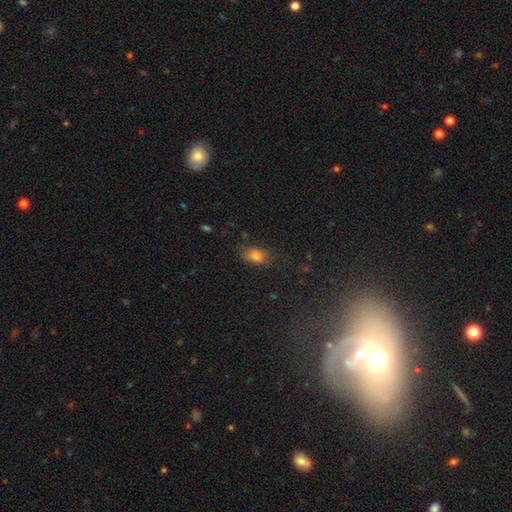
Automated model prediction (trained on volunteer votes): This appears to be a smooth galaxy with no disk features (77%) that is in between round and cigar-shaped (80%). Merging: none (67%).